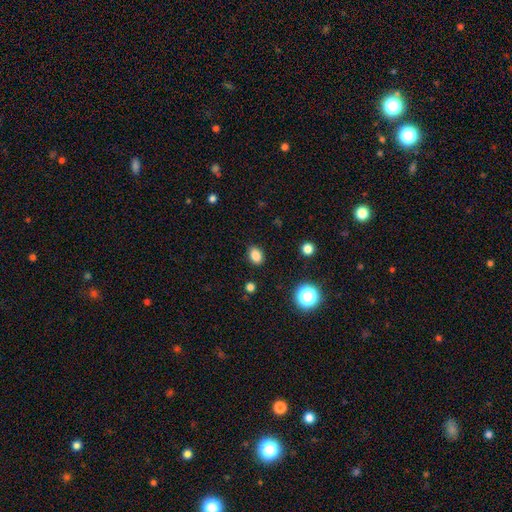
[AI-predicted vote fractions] A smooth galaxy with no disk features (84%) that is in between round and cigar-shaped (68%).

Vote fractions:
- Smooth or featured? smooth: 84% / star or artifact: 12% / featured or disk: 4%
- How rounded? in between: 68% / round: 30% / cigar-shaped: 1%
- Merging? none: 87% / minor disturbance: 9% / major disturbance: 3% / merger: 1%